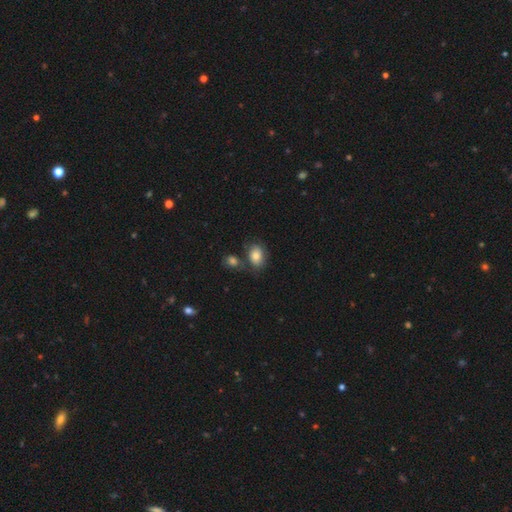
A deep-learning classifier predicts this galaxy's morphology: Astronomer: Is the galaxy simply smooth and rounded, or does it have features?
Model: smooth — 83%.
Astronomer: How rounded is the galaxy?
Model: in between — 77%.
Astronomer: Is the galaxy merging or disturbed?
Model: none — 60%.